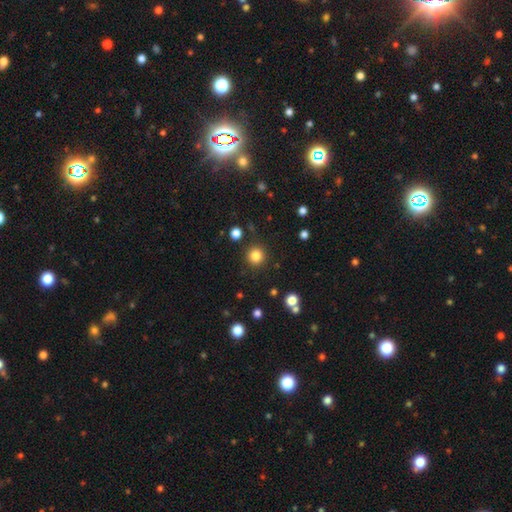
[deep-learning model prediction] Smooth or featured? Predicted: smooth (p=0.84). How rounded? Predicted: round (p=0.94). Merging? Predicted: none (p=0.89).